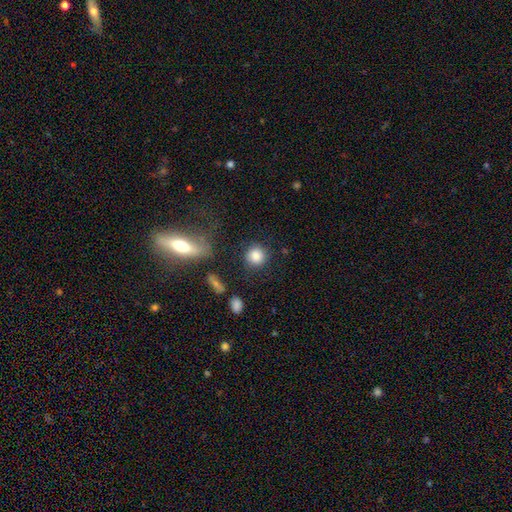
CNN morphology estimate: type=smooth (83%); roundness=round (89%); merging=none (81%).